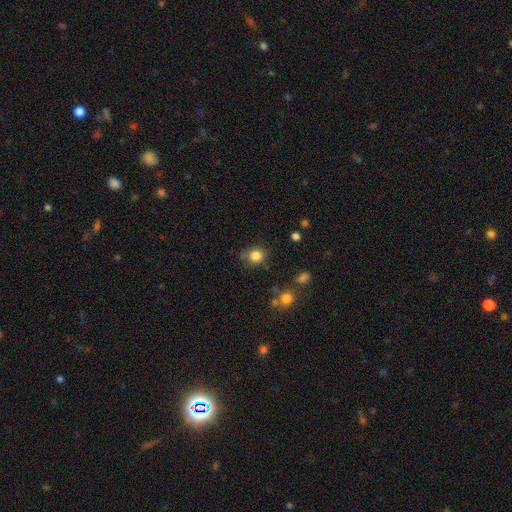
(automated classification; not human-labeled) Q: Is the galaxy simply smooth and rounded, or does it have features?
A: smooth — 84%.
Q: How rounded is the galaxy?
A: round — 81%.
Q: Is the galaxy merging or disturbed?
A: none — 75%.